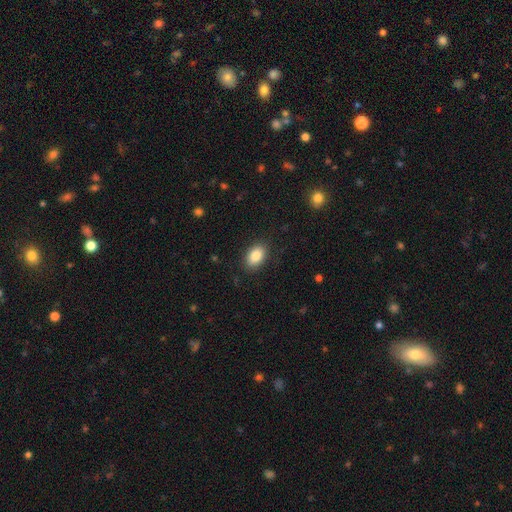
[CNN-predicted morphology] A smooth galaxy with no disk features (85%) that is in between round and cigar-shaped (88%). Merging: none (86%).